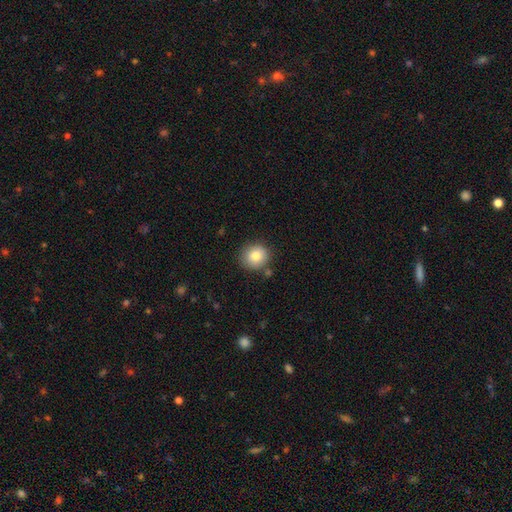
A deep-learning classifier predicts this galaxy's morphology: Smooth or featured? smooth (84%)
How rounded? round (84%)
Merging? none (81%)